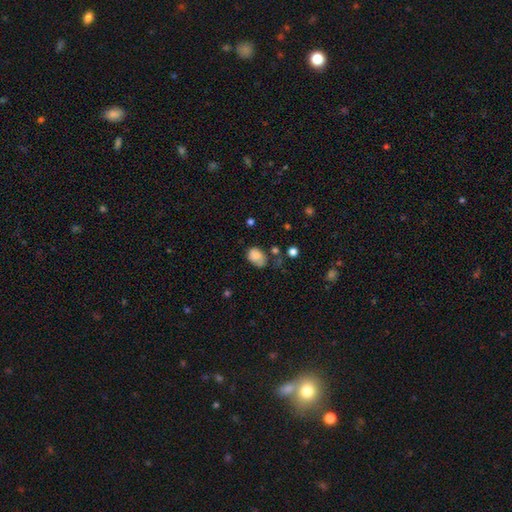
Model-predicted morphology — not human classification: smooth_or_featured: smooth (p=0.78) [alt: featured or disk p=0.13]
how_rounded: in between (p=0.71) [alt: round p=0.28]
merging: none (p=0.39) [alt: minor disturbance p=0.36]